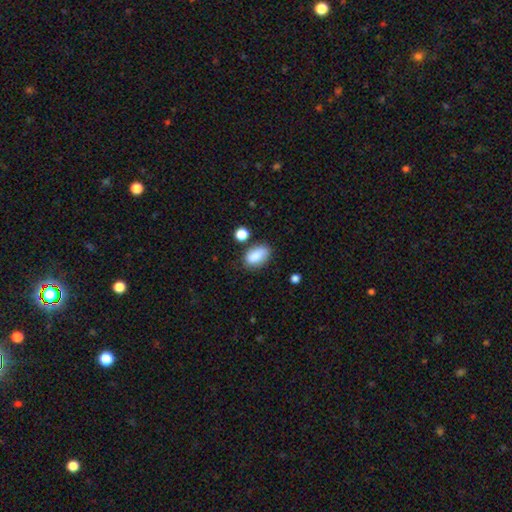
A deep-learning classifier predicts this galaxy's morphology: This appears to be a smooth galaxy with no disk features (84%) that is in between round and cigar-shaped (88%). Merging: none (67%).